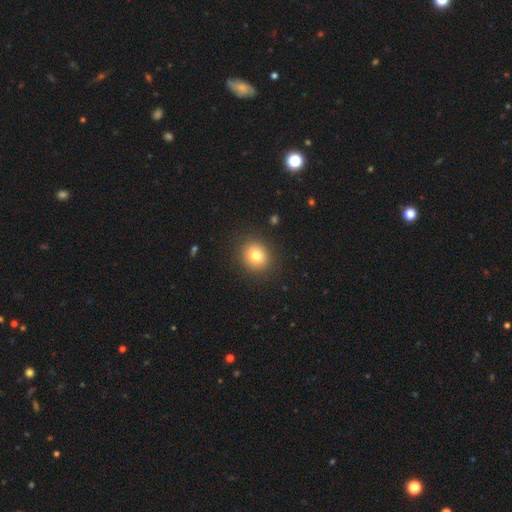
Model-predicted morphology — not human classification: smooth 79%, star or artifact 11%, featured or disk 10%. Down the decision tree: how rounded — round (78%); merging — none (90%).